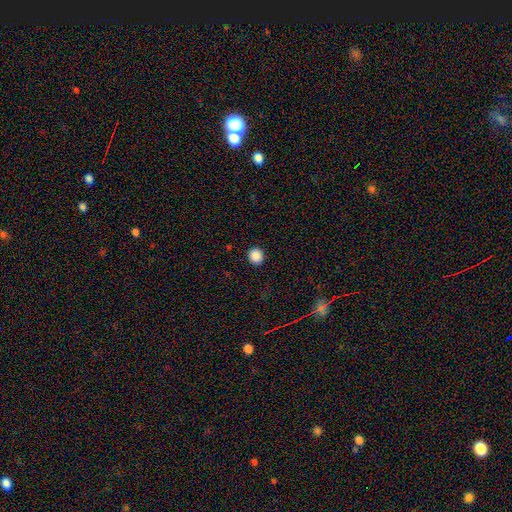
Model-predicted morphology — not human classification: A smooth galaxy with no disk features (88%) that is round (86%).

Vote fractions:
- Smooth or featured? smooth: 88% / star or artifact: 10% / featured or disk: 3%
- How rounded? round: 86% / in between: 13% / cigar-shaped: 1%
- Merging? none: 92% / minor disturbance: 5% / major disturbance: 2% / merger: 1%